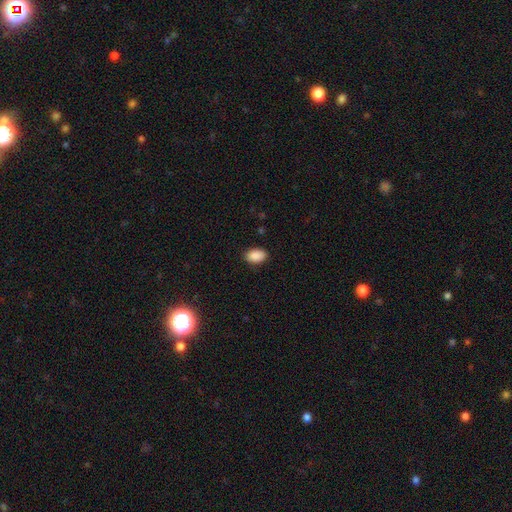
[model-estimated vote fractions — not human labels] smooth_or_featured: smooth (p=0.90) [alt: star or artifact p=0.08]
how_rounded: in between (p=0.89) [alt: round p=0.09]
merging: none (p=0.88) [alt: minor disturbance p=0.09]